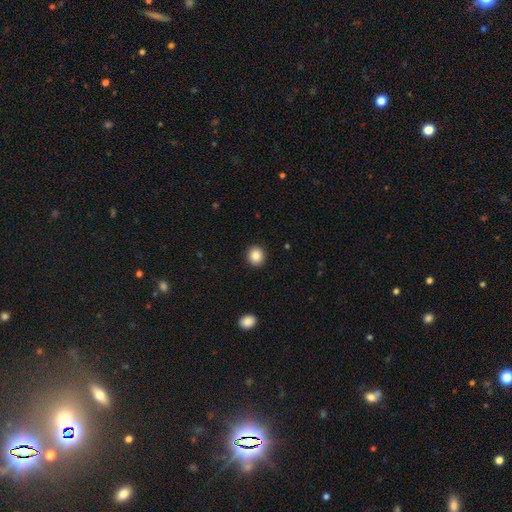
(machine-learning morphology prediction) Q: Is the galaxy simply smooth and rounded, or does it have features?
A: smooth — 86%.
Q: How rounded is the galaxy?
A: round — 85%.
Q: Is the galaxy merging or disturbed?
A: none — 92%.